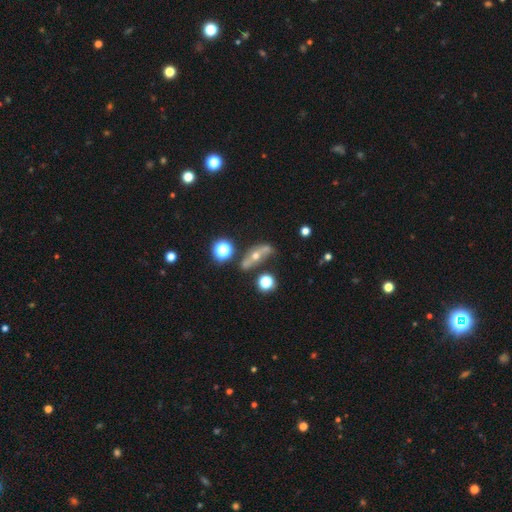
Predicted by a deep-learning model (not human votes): featured or disk 53%, smooth 30%, star or artifact 18%. Down the decision tree: edge-on disk — no (57%); merging — none (58%).